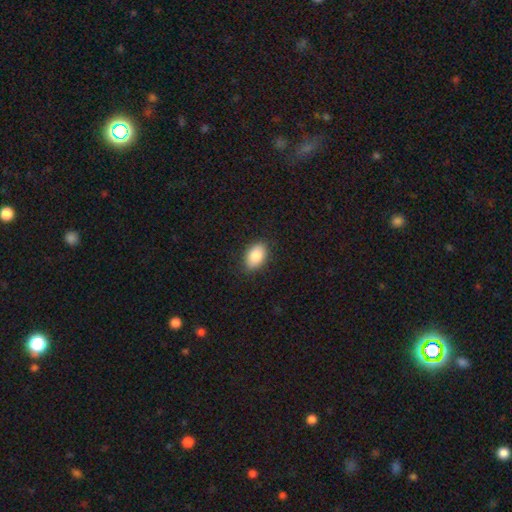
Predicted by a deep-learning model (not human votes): Smooth or featured?
  - smooth: 86% *
  - star or artifact: 7%
  - featured or disk: 7%
How rounded?
  - in between: 90% *
  - round: 9%
  - cigar-shaped: 1%
Merging?
  - none: 87% *
  - minor disturbance: 10%
  - major disturbance: 2%
  - merger: 1%